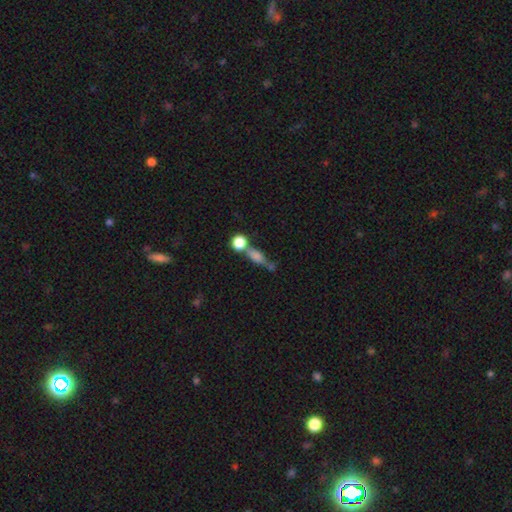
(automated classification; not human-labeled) Smooth or featured?
  - smooth: 62% *
  - featured or disk: 22%
  - star or artifact: 16%
How rounded?
  - in between: 39% *
  - round: 33%
  - cigar-shaped: 28%
Merging?
  - none: 46% *
  - merger: 31%
  - minor disturbance: 13%
  - major disturbance: 10%